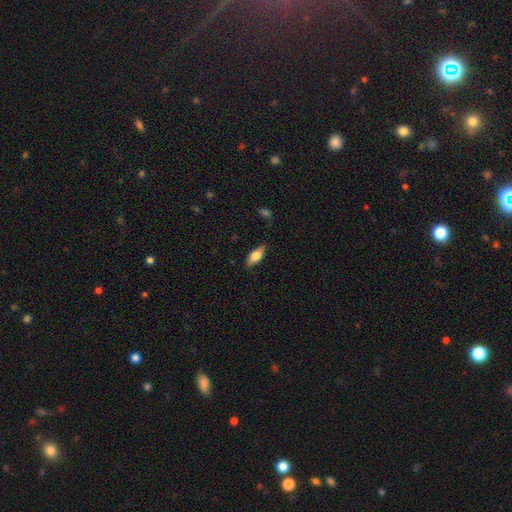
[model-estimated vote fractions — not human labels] A smooth galaxy with no disk features (67%) that is in between round and cigar-shaped (79%).

Vote fractions:
- Smooth or featured? smooth: 67% / featured or disk: 26% / star or artifact: 7%
- How rounded? in between: 79% / cigar-shaped: 18% / round: 3%
- Merging? none: 82% / minor disturbance: 14% / major disturbance: 3% / merger: 1%